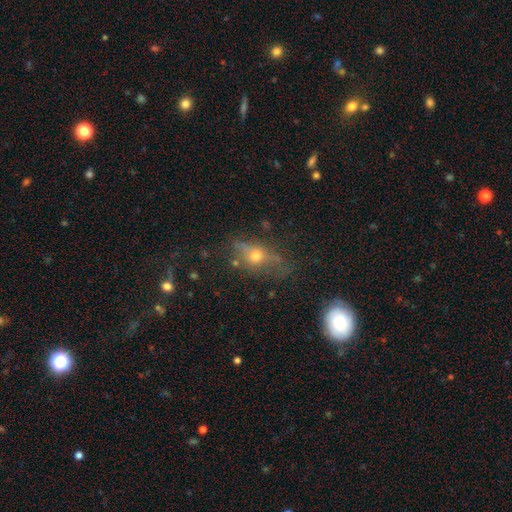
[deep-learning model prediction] A featured or disk galaxy (47%).

Vote fractions:
- Smooth or featured? featured or disk: 47% / smooth: 30% / star or artifact: 23%
- Merging? none: 61% / minor disturbance: 20% / major disturbance: 15% / merger: 4%